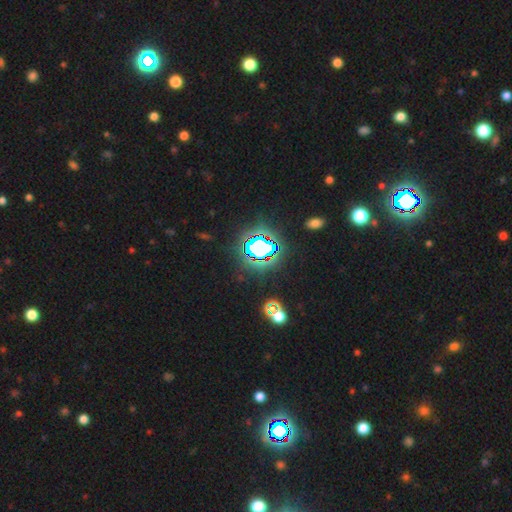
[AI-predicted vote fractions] Q: Smooth or featured?
A: star or artifact (83%); runner-up: smooth (10%)